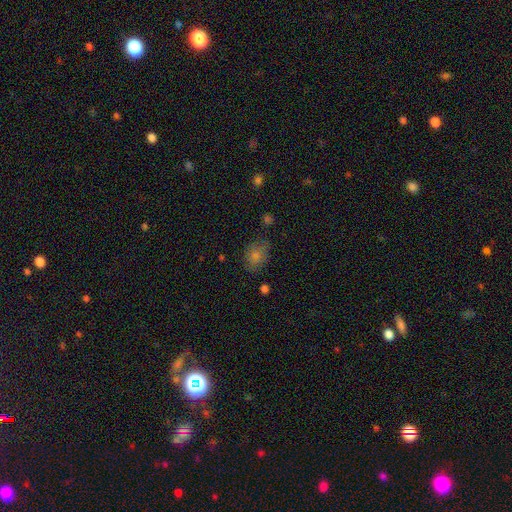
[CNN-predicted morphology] This appears to be a smooth galaxy with no disk features (65%) that is in between round and cigar-shaped (59%). Merging: none (74%).